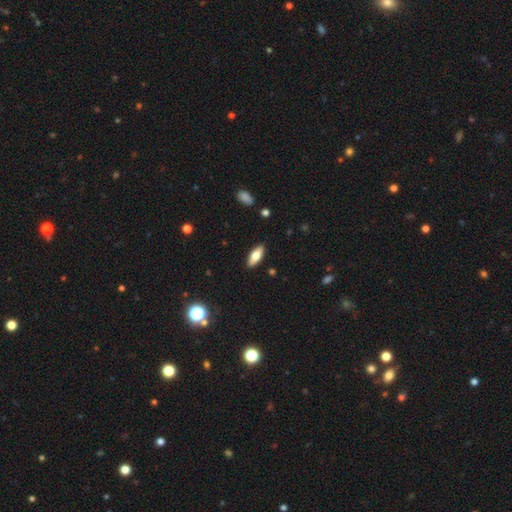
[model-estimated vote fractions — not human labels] smooth 67%, featured or disk 26%, star or artifact 7%. Down the decision tree: how rounded — in between (67%); merging — none (89%).